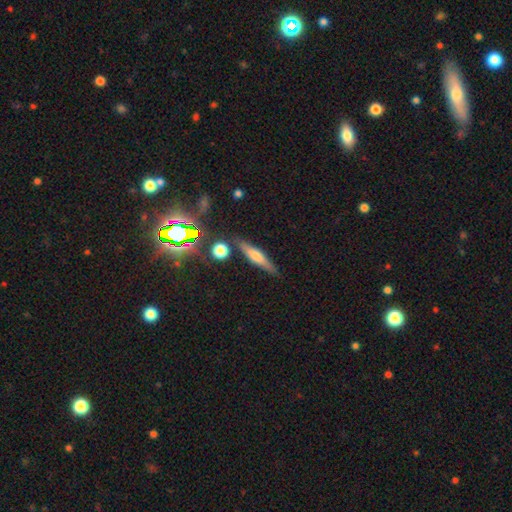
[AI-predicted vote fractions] This is possibly a featured or disk galaxy (47%). Merging: clearly none (85%).